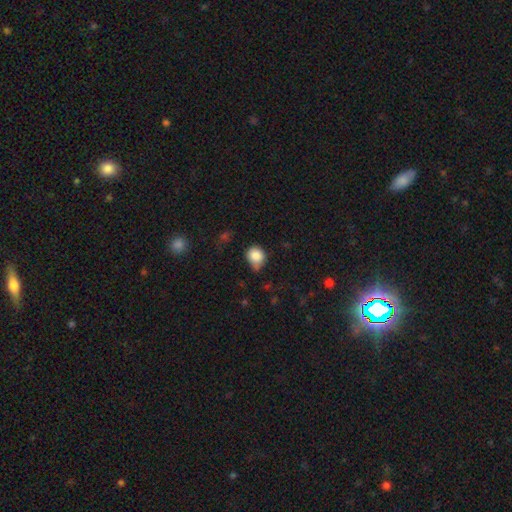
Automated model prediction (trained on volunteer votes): A smooth galaxy with no disk features (85%) that is round (72%). Merging: none (45%).